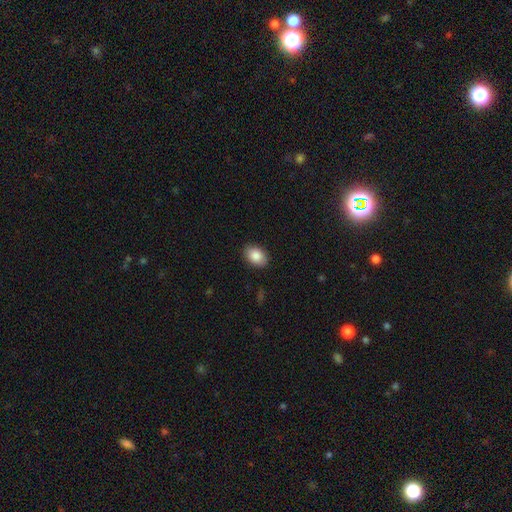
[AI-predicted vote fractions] Smooth or featured?
  - smooth: 87% *
  - star or artifact: 7%
  - featured or disk: 5%
How rounded?
  - in between: 82% *
  - round: 17%
  - cigar-shaped: 1%
Merging?
  - none: 89% *
  - minor disturbance: 8%
  - major disturbance: 2%
  - merger: 1%